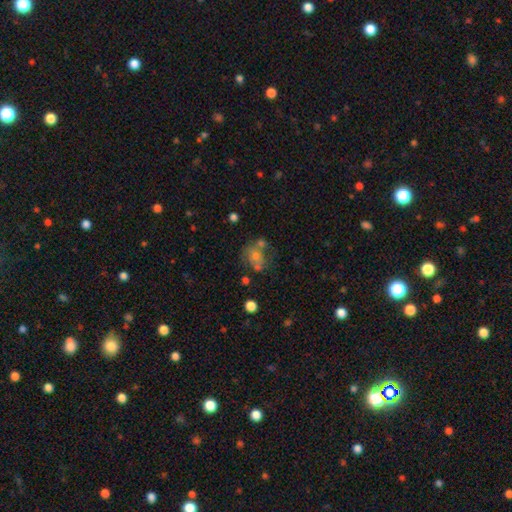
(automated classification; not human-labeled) Smooth or featured? smooth (57%)
How rounded? round (53%)
Merging? none (40%)